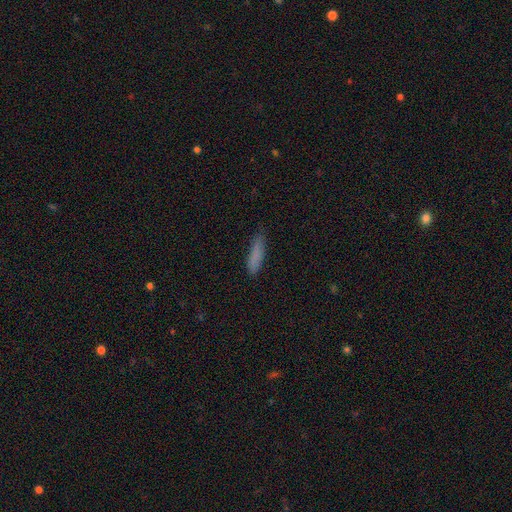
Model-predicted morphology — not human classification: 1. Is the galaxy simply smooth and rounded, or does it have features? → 83% smooth, 9% featured or disk, 8% star or artifact.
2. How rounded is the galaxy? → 77% cigar-shaped, 22% in between, 2% round.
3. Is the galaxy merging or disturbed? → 80% none, 16% minor disturbance, 3% major disturbance, 1% merger.